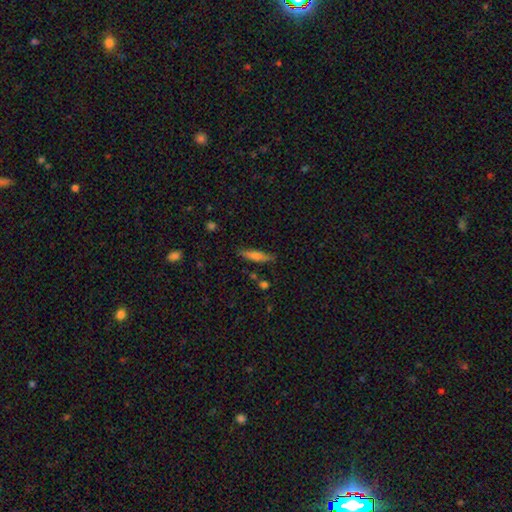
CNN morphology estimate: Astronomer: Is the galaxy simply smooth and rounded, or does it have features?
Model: smooth — 60%.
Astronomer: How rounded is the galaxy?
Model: cigar-shaped — 78%.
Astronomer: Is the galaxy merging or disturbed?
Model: none — 82%.